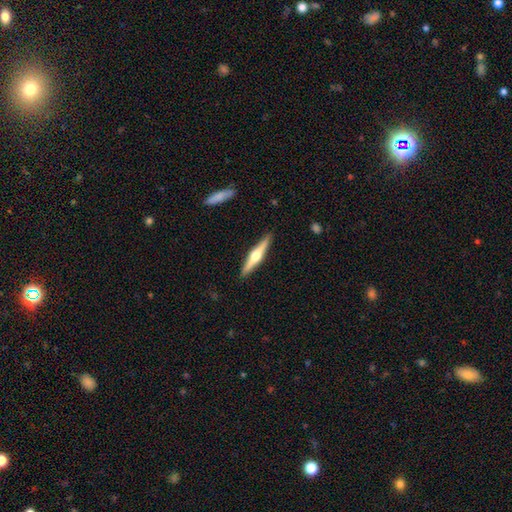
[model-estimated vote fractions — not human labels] Smooth or featured?
  - featured or disk: 70% *
  - smooth: 25%
  - star or artifact: 5%
Edge-on disk?
  - yes: 98% *
  - no: 2%
Edge-on bulge?
  - rounded: 94% *
  - boxy: 3%
  - none: 2%
Merging?
  - none: 91% *
  - minor disturbance: 6%
  - major disturbance: 1%
  - merger: 1%